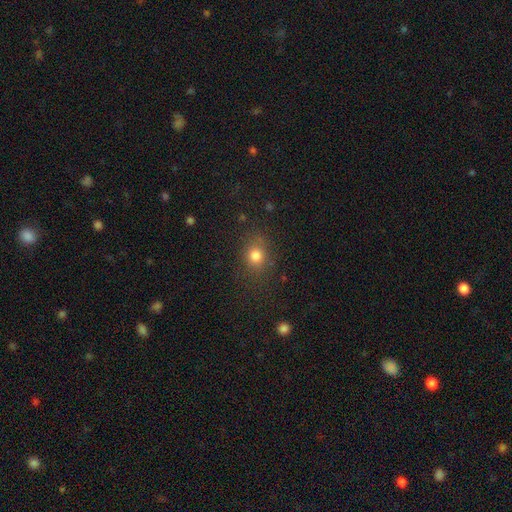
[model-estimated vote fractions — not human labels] Smooth or featured? smooth (79%)
How rounded? round (65%)
Merging? none (80%)